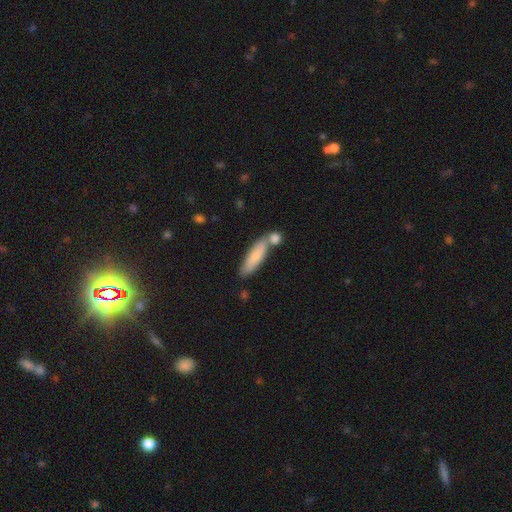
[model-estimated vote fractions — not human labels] This is likely a smooth galaxy (75%). How rounded: likely cigar-shaped (67%). Merging: possibly none (57%).